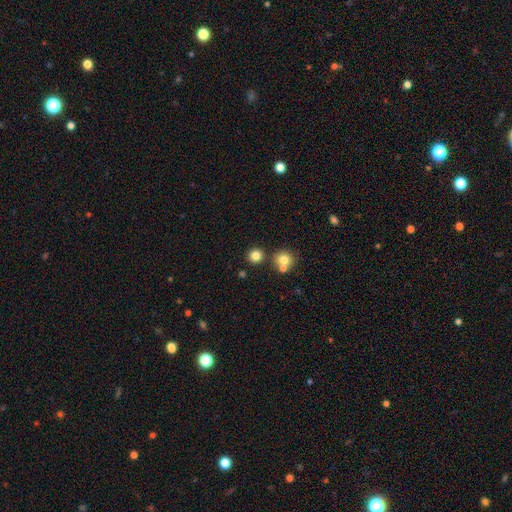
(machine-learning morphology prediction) Overall: smooth (80%). How rounded: round (91%). Merging: none (79%).